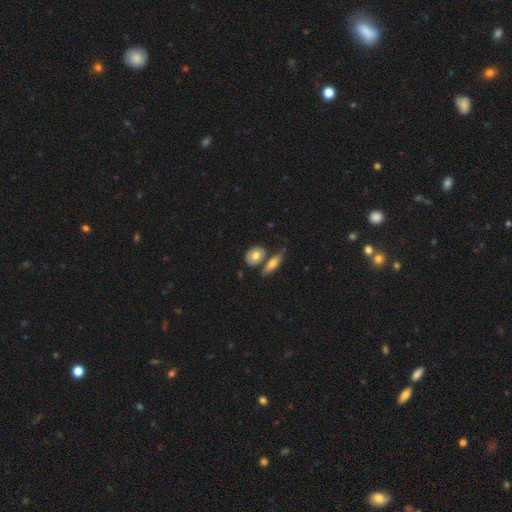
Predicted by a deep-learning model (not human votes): Morphology: type=smooth (69%); roundness=in between (65%); merging=none (56%).